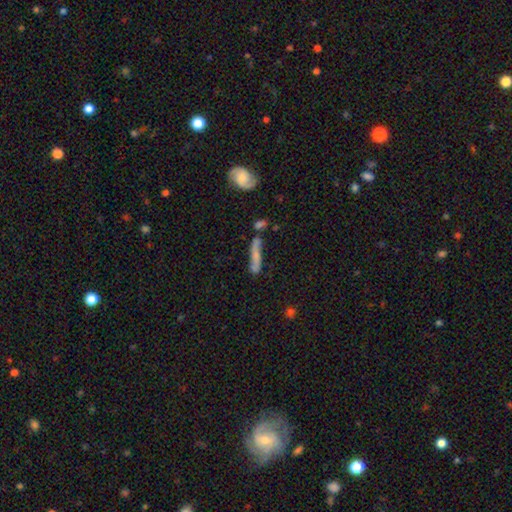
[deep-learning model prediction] smooth 50%, featured or disk 42%, star or artifact 8%. Down the decision tree: merging — none (58%).